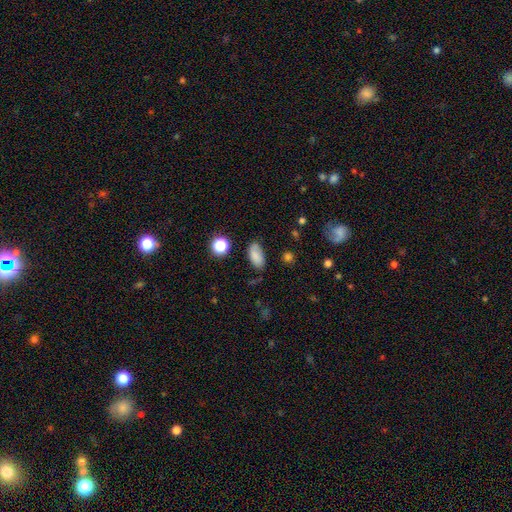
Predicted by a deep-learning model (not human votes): Q: Smooth or featured?
A: smooth (81%); runner-up: star or artifact (10%)
Q: How rounded?
A: in between (91%); runner-up: round (5%)
Q: Merging?
A: none (72%); runner-up: minor disturbance (20%)